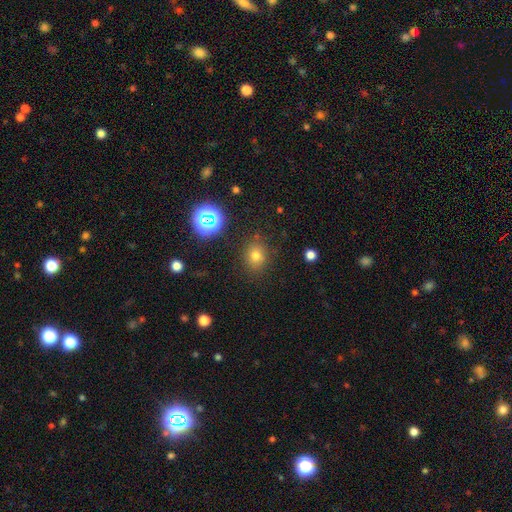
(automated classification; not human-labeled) Smooth or featured? Predicted: smooth (p=0.73). How rounded? Predicted: round (p=0.66). Merging? Predicted: none (p=0.83).